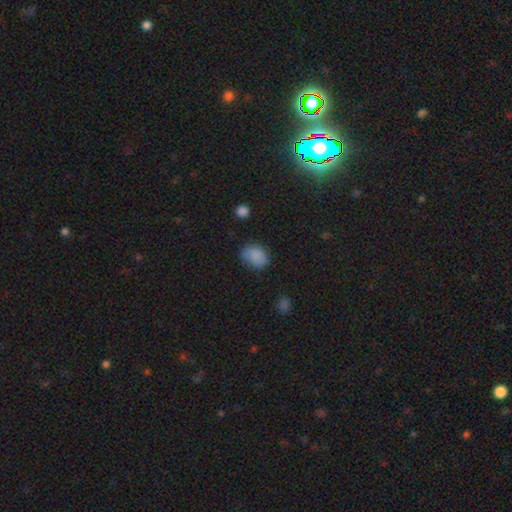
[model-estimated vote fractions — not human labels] Smooth or featured: smooth — 80% (featured or disk — 10%)
How rounded: in between — 61% (round — 38%)
Merging: none — 62% (minor disturbance — 28%)